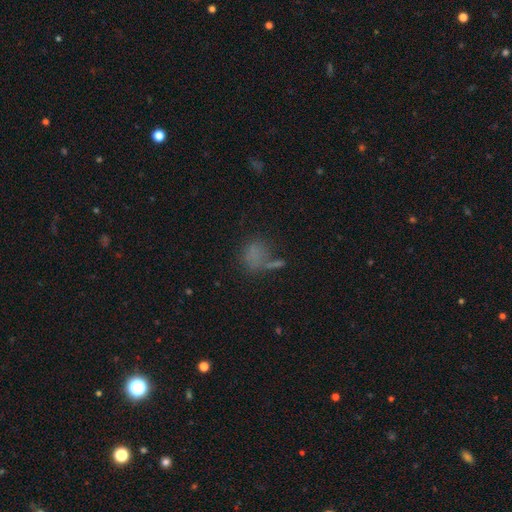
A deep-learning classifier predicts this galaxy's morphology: This is likely a smooth galaxy (64%). How rounded: possibly in between (55%). Merging: marginally none (42%).